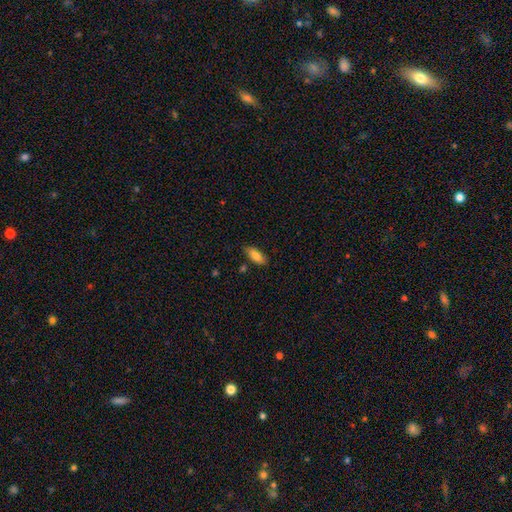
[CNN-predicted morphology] Smooth or featured? Predicted: smooth (p=0.82). How rounded? Predicted: in between (p=0.81). Merging? Predicted: none (p=0.80).